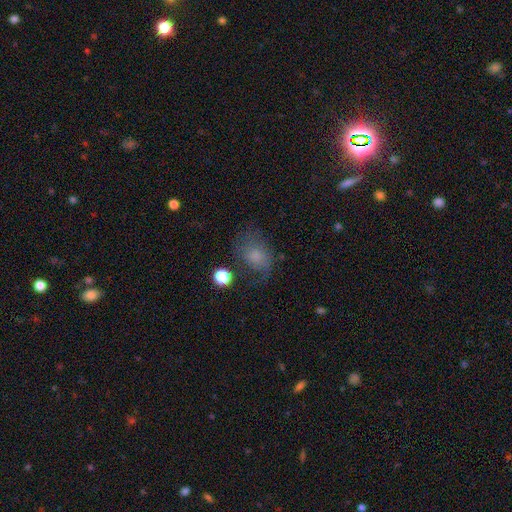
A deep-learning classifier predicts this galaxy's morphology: This is likely a smooth galaxy (62%). How rounded: likely in between (67%). Merging: possibly none (50%).